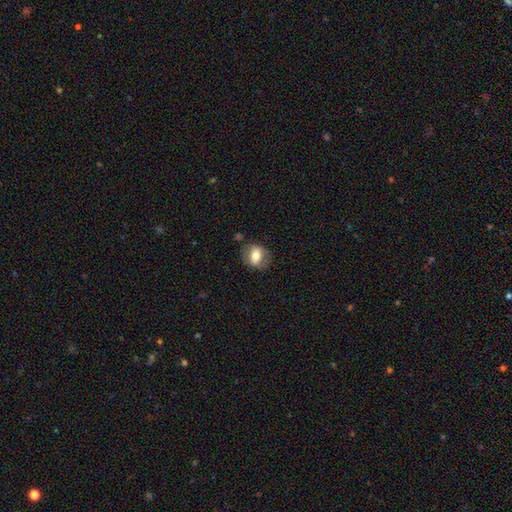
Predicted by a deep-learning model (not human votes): Smooth or featured? smooth (60%)
How rounded? in between (57%)
Merging? none (77%)